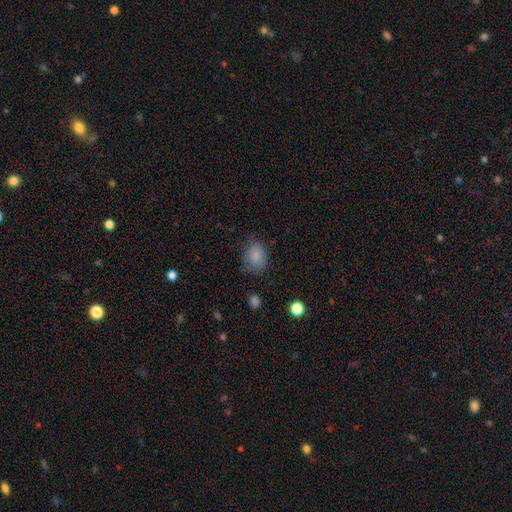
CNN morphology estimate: Smooth or featured? Predicted: smooth (p=0.83). How rounded? Predicted: in between (p=0.62). Merging? Predicted: none (p=0.68).